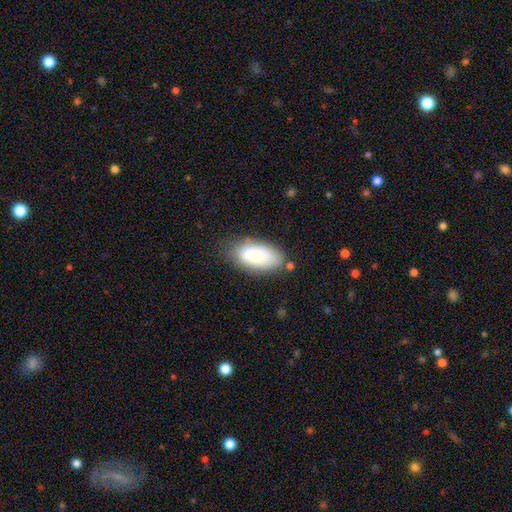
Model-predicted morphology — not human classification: smooth-or-featured: smooth: 71% | featured or disk: 22% | star or artifact: 8%
  how-rounded: in between: 92% | cigar-shaped: 4% | round: 4%
  merging: none: 66% | minor disturbance: 21% | merger: 7% | major disturbance: 6%